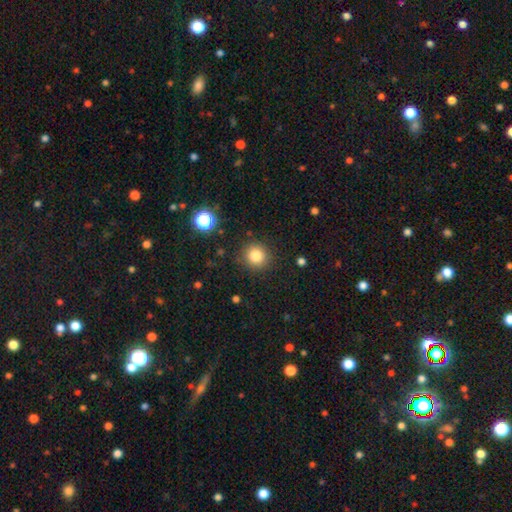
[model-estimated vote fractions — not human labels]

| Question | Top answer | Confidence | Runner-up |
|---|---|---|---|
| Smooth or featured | smooth | 82% | star or artifact (12%) |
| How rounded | round | 91% | in between (8%) |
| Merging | none | 89% | minor disturbance (7%) |